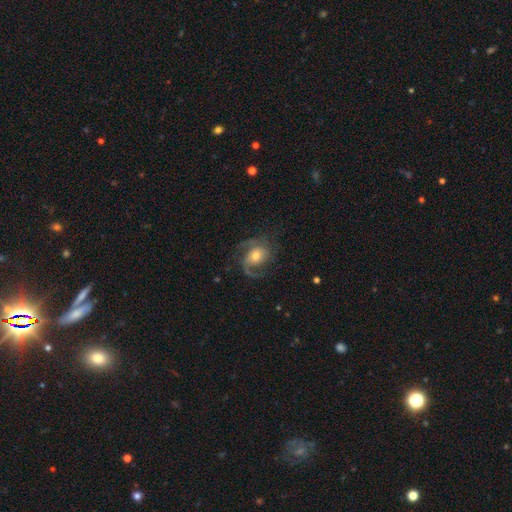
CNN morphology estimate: Overall: featured or disk (80%). Edge-on disk: no (97%). Bar: no (61%; weak 31%). Spiral arms: yes (95%). Spiral arm count: 2 (61%). Spiral winding: medium (50%; loose 27%). Bulge size: moderate (59%; small 25%). Merging: none (66%).